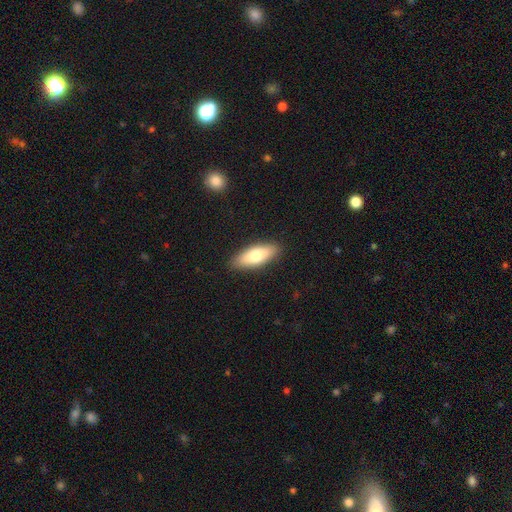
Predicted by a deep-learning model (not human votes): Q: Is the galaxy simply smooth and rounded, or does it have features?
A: smooth — 74%.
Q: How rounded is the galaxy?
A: in between — 66%.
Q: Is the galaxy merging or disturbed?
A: none — 89%.